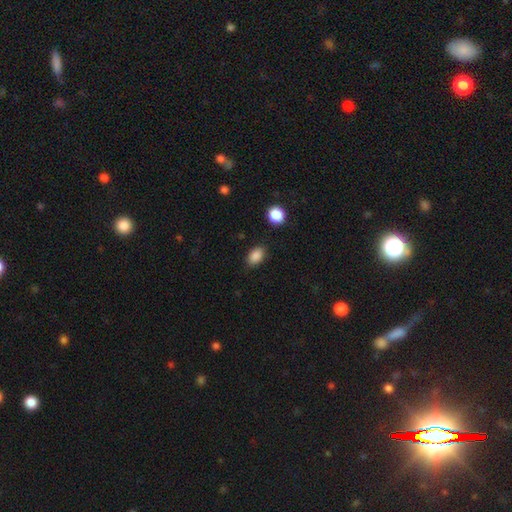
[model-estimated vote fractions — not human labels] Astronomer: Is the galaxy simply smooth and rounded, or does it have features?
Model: smooth — 87%.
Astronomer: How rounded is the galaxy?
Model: in between — 84%.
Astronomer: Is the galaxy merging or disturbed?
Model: none — 84%.